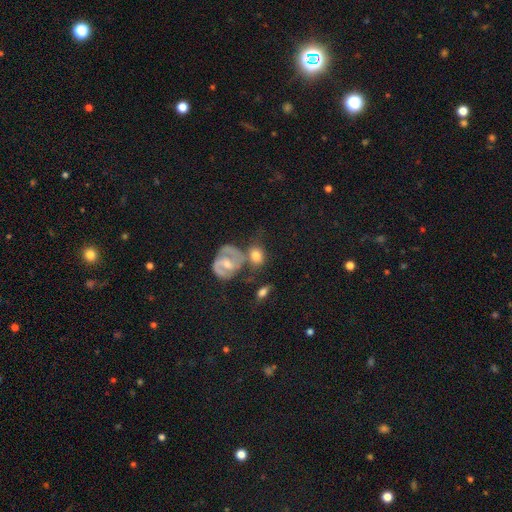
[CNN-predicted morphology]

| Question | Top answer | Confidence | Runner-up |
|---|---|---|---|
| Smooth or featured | smooth | 55% | featured or disk (37%) |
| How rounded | in between | 50% | round (48%) |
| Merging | none | 44% | merger (29%) |